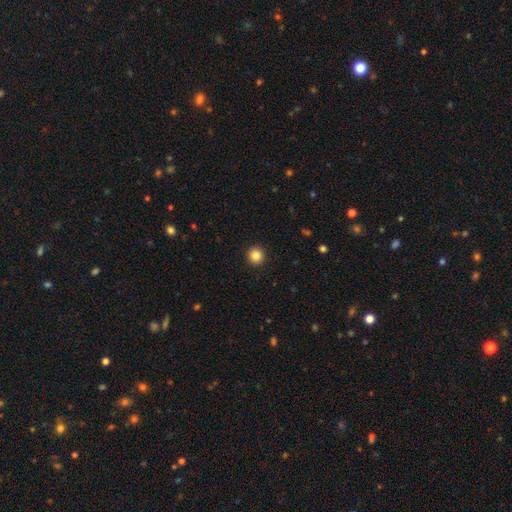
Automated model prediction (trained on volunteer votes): This appears to be a smooth galaxy with no disk features (85%) that is round (94%). Merging: none (93%).